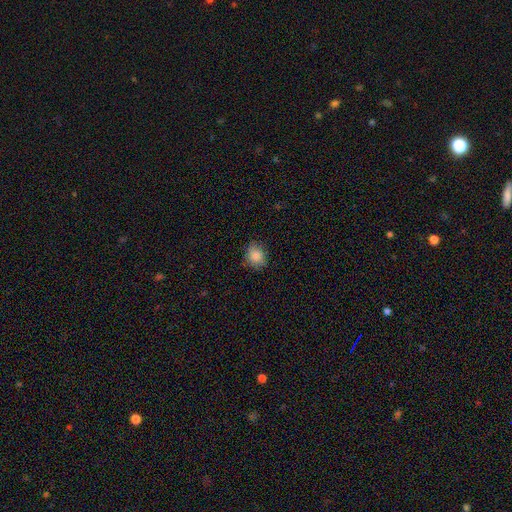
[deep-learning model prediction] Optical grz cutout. It shows a smooth galaxy with no disk features (84%) that is round (61%). Merging: none (76%).